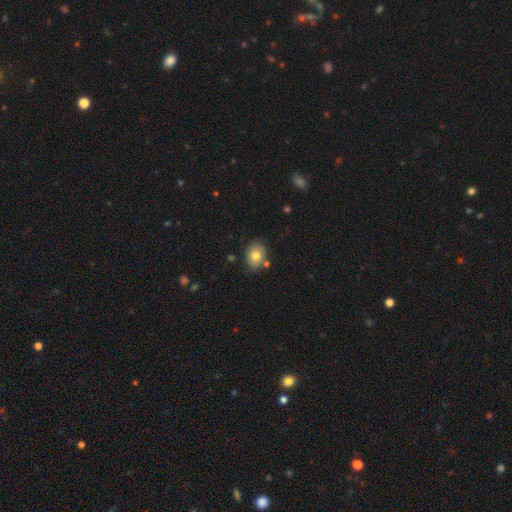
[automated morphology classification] Q: Smooth or featured?
A: smooth (78%); runner-up: featured or disk (13%)
Q: How rounded?
A: in between (60%); runner-up: round (39%)
Q: Merging?
A: none (78%); runner-up: minor disturbance (13%)